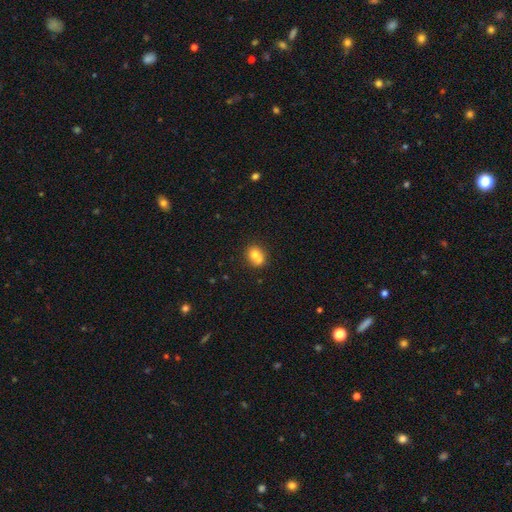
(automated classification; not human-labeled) smooth 72%, featured or disk 18%, star or artifact 10%. Down the decision tree: how rounded — round (57%); merging — merger (45%).